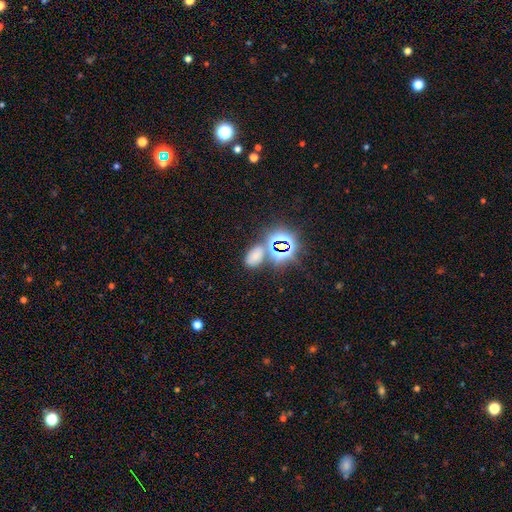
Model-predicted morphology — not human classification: type=smooth (55%); roundness=in between (87%); merging=none (67%).